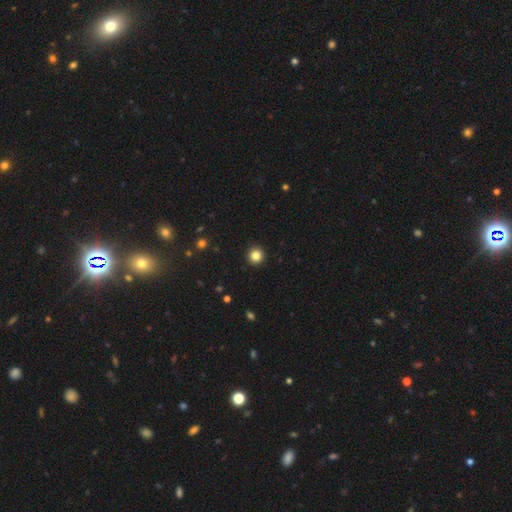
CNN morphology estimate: A smooth galaxy with no disk features (84%) that is round (95%).

Vote fractions:
- Smooth or featured? smooth: 84% / star or artifact: 11% / featured or disk: 4%
- How rounded? round: 95% / in between: 4% / cigar-shaped: 1%
- Merging? none: 94% / minor disturbance: 4% / major disturbance: 1% / merger: 1%